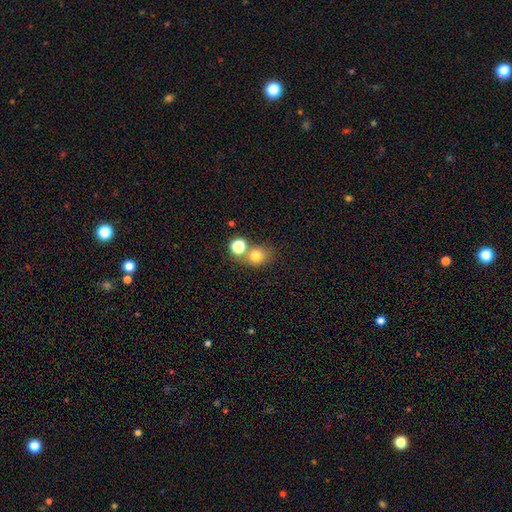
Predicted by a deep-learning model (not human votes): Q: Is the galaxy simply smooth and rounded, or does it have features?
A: smooth — 76%.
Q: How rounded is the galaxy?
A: round — 74%.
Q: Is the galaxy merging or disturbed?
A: none — 59%.